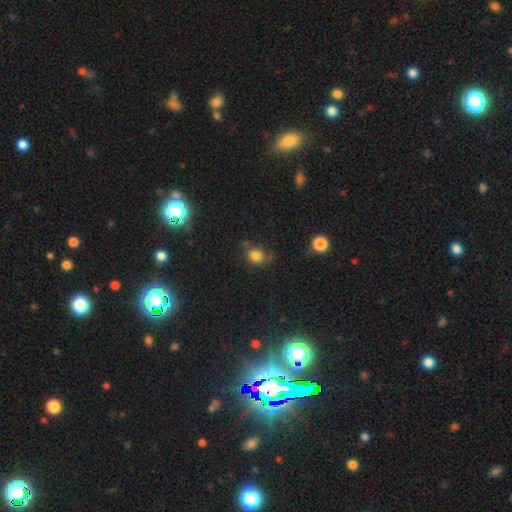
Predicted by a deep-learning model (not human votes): smooth 80%, star or artifact 14%, featured or disk 6%. Down the decision tree: how rounded — round (76%); merging — none (69%).